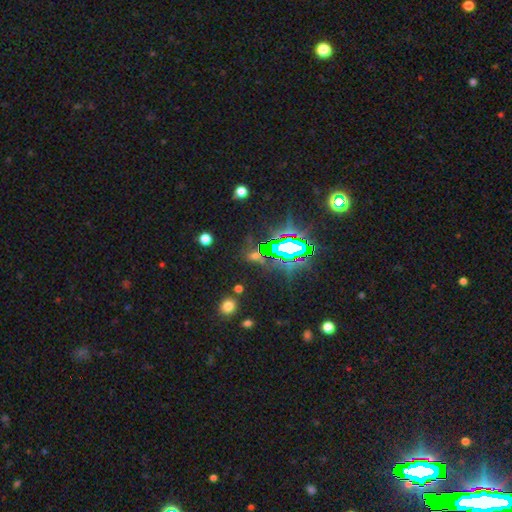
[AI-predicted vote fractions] Smooth or featured?
  - star or artifact: 67% *
  - smooth: 23%
  - featured or disk: 10%